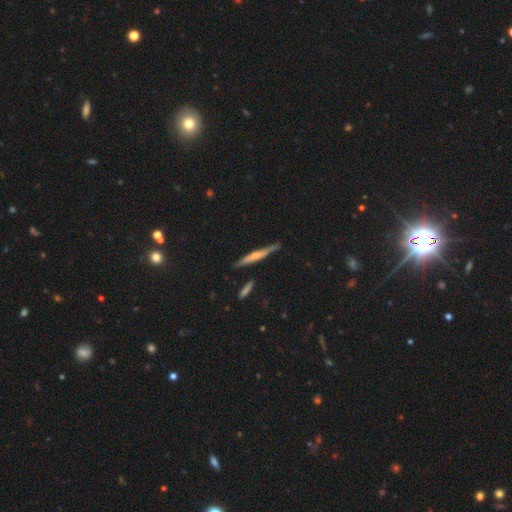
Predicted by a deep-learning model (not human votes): Overall: featured or disk (51%; smooth 43%). Edge-on disk: yes (94%). Merging: none (81%).